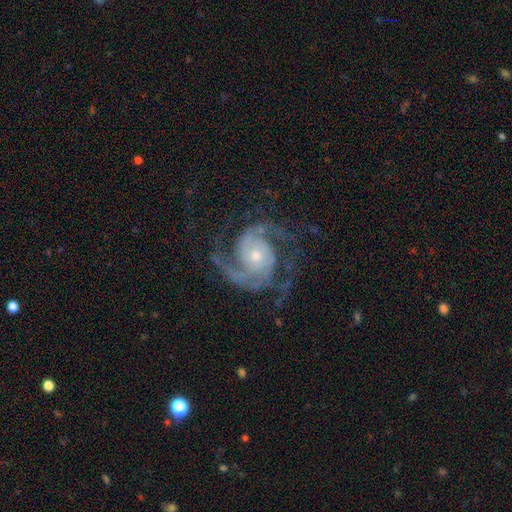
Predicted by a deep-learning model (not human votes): Smooth or featured? Predicted: featured or disk (p=0.92). Edge-on disk? Predicted: no (p=0.98). Bar? Predicted: no (p=0.71). Spiral arms? Predicted: yes (p=0.98). Spiral winding? Predicted: medium (p=0.54). Spiral arm count? Predicted: 2 (p=0.73). Bulge size? Predicted: small (p=0.59). Merging? Predicted: none (p=0.71).